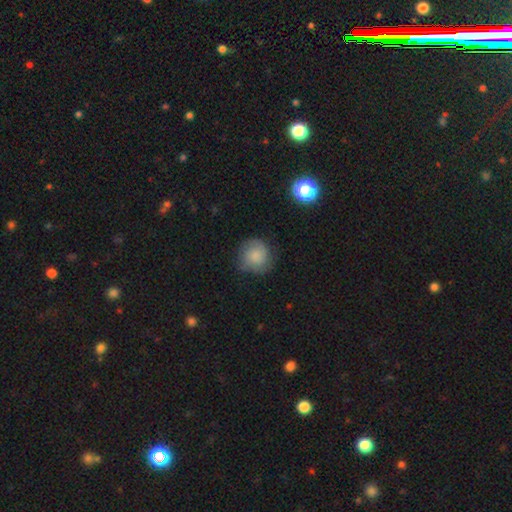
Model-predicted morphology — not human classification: A smooth galaxy with no disk features (71%) that is round (89%).

Vote fractions:
- Smooth or featured? smooth: 71% / featured or disk: 21% / star or artifact: 8%
- How rounded? round: 89% / in between: 10% / cigar-shaped: 1%
- Merging? none: 70% / minor disturbance: 22% / major disturbance: 7% / merger: 1%